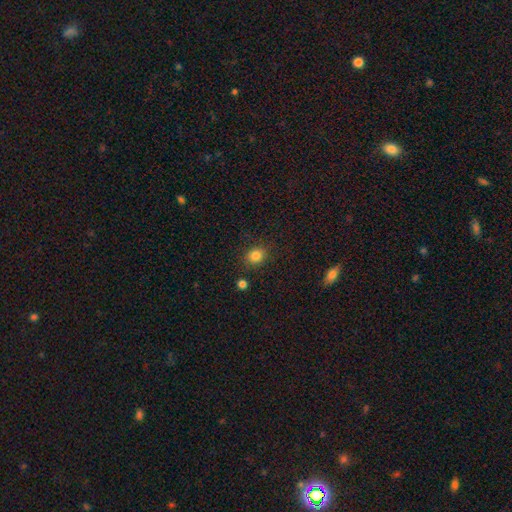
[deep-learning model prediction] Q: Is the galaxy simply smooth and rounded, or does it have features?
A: smooth — 83%.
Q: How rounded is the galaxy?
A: round — 70%.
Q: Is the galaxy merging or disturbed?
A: none — 84%.